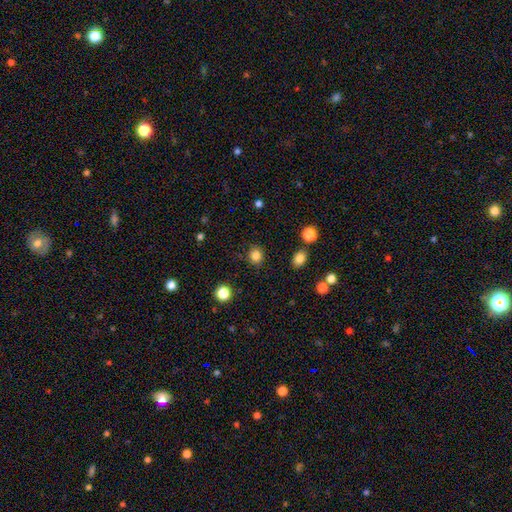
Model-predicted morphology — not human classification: This appears to be a smooth galaxy with no disk features (83%) that is round (83%). Merging: none (88%).